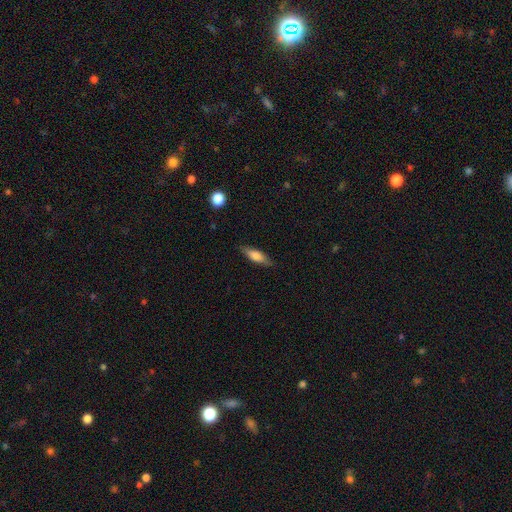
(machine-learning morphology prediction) This is likely a smooth galaxy (68%). How rounded: possibly cigar-shaped (49%). Merging: clearly none (84%).